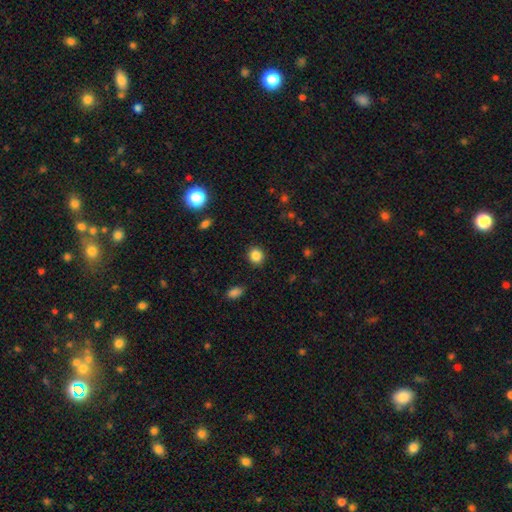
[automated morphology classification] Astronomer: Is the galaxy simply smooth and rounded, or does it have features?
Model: smooth — 85%.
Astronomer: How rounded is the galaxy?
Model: round — 83%.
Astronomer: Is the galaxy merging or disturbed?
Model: none — 90%.